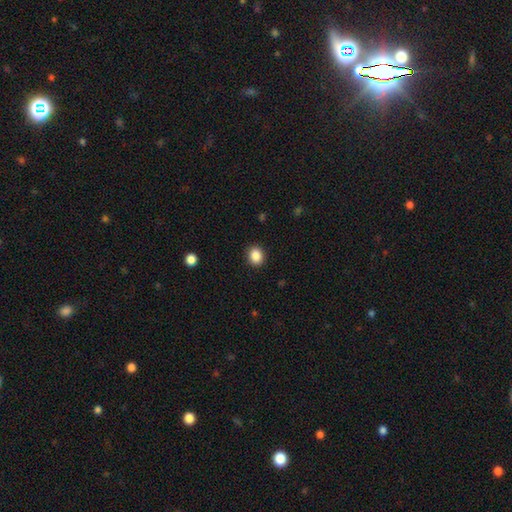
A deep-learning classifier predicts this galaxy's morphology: Q: Smooth or featured?
A: smooth (87%); runner-up: star or artifact (10%)
Q: How rounded?
A: round (66%); runner-up: in between (33%)
Q: Merging?
A: none (91%); runner-up: minor disturbance (6%)